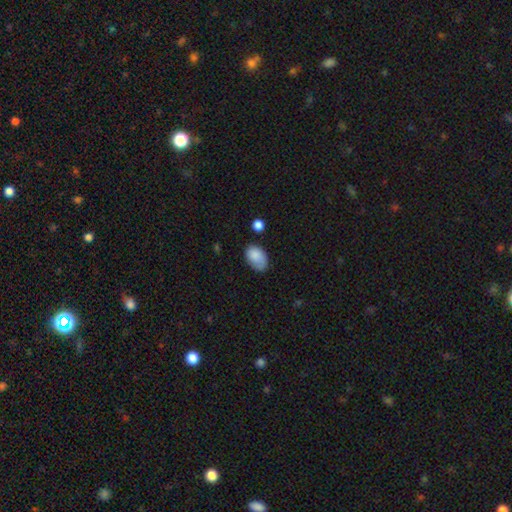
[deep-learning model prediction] Overall: smooth (85%). How rounded: in between (87%). Merging: none (56%; minor disturbance 31%).